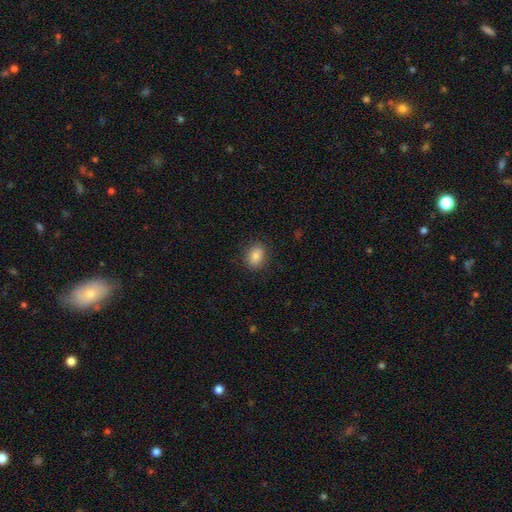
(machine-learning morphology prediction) Smooth or featured: smooth — 85% (star or artifact — 9%)
How rounded: in between — 72% (round — 27%)
Merging: none — 87% (minor disturbance — 10%)